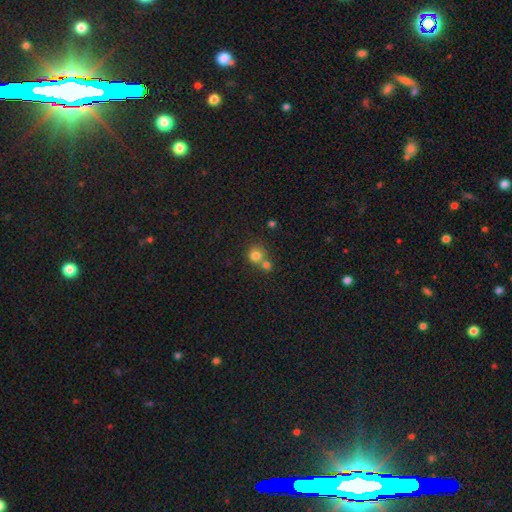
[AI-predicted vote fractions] This appears to be a smooth galaxy with no disk features (78%) that is round (87%). Merging: merger (47%).